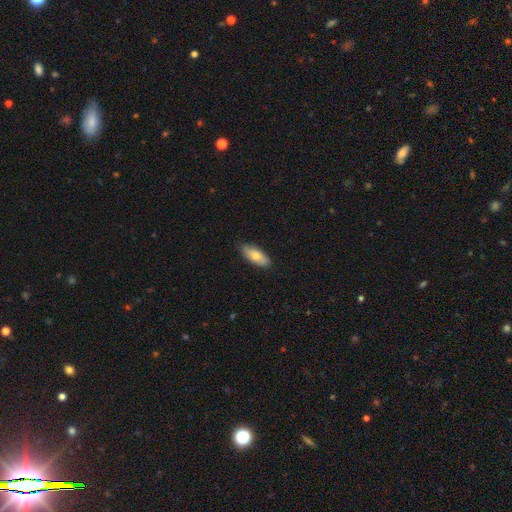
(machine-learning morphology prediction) Overall: smooth (76%). How rounded: in between (78%). Merging: none (86%).